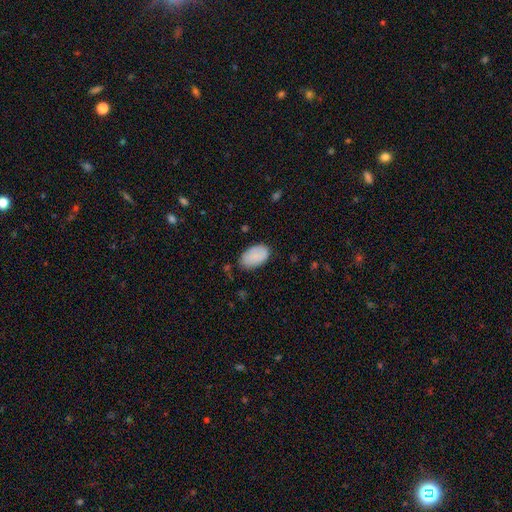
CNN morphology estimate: smooth_or_featured: smooth (p=0.83) [alt: featured or disk p=0.10]
how_rounded: in between (p=0.94) [alt: round p=0.05]
merging: none (p=0.75) [alt: minor disturbance p=0.19]